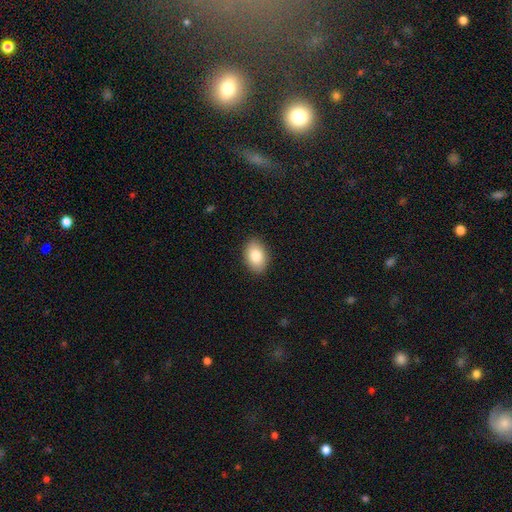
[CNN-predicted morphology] The model was most divided on "how rounded": in between: 85%, round: 14%, cigar-shaped: 1%. More confident: merging — none (89%); smooth or featured — smooth (85%).